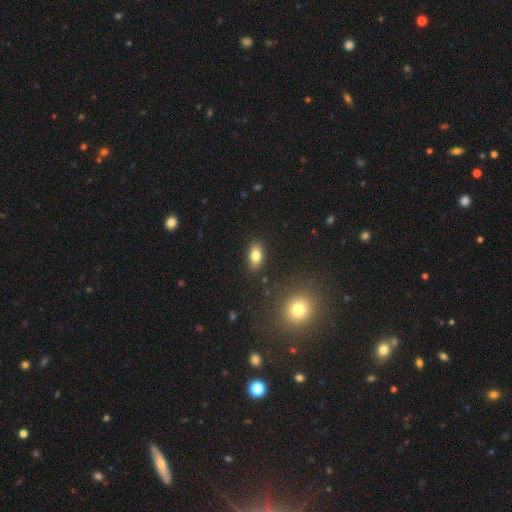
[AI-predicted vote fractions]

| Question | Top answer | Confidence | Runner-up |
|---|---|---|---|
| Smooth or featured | smooth | 81% | featured or disk (10%) |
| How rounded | in between | 88% | round (8%) |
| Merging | none | 87% | minor disturbance (9%) |